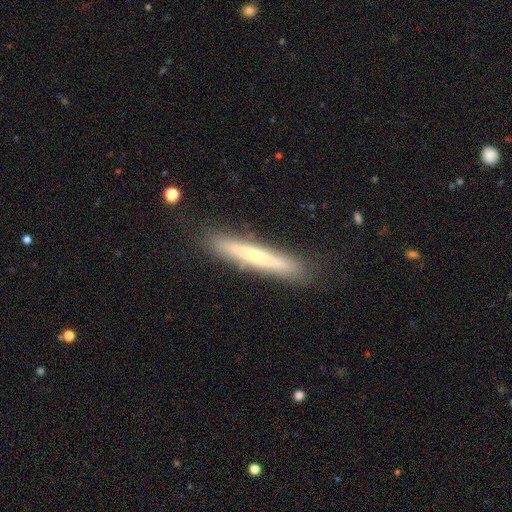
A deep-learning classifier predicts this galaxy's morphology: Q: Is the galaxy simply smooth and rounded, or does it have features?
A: featured or disk — 47%.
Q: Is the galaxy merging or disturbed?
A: none — 86%.